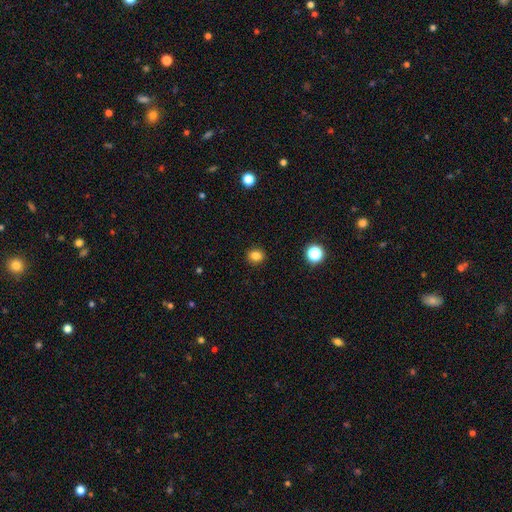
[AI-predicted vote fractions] smooth-or-featured: smooth: 83% | star or artifact: 13% | featured or disk: 4%
  how-rounded: round: 75% | in between: 24% | cigar-shaped: 1%
  merging: none: 91% | minor disturbance: 6% | major disturbance: 2% | merger: 1%